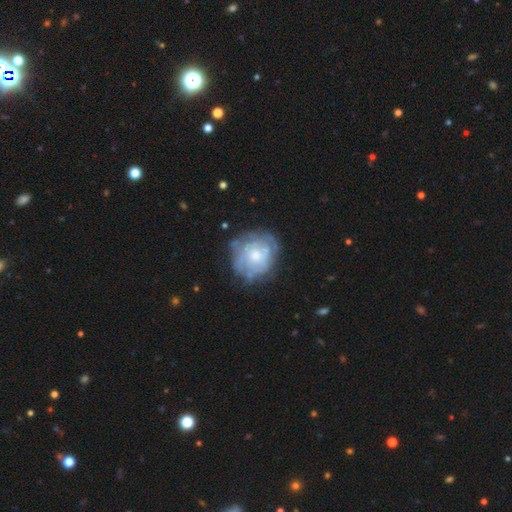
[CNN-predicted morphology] Overall: featured or disk (62%; smooth 31%). Edge-on disk: no (97%). Bar: no (82%). Spiral arms: yes (54%; no 46%). Bulge size: moderate (51%; small 33%). Merging: none (64%).